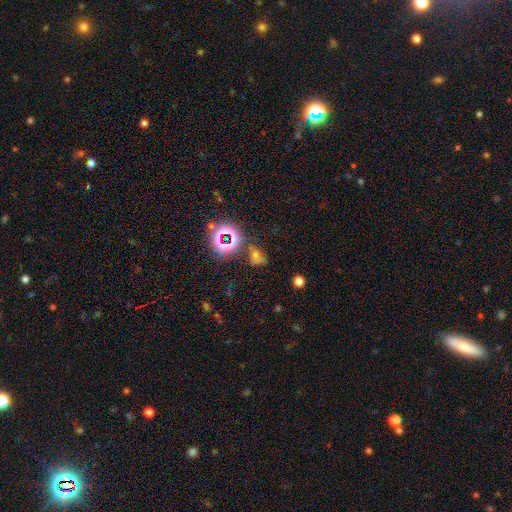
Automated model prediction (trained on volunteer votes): Q: Smooth or featured?
A: star or artifact (51%); runner-up: smooth (36%)